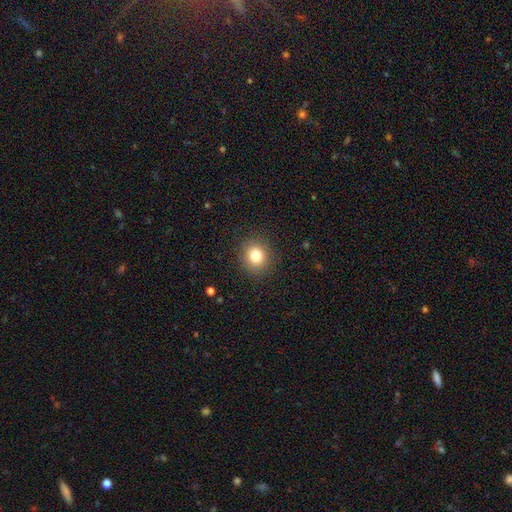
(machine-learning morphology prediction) This is clearly a smooth galaxy (81%). How rounded: clearly round (81%). Merging: clearly none (89%).